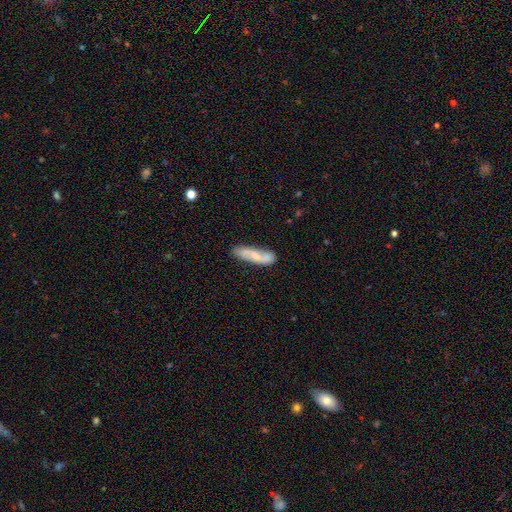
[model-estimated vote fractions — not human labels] A smooth galaxy with no disk features (48%). Merging: none (74%).